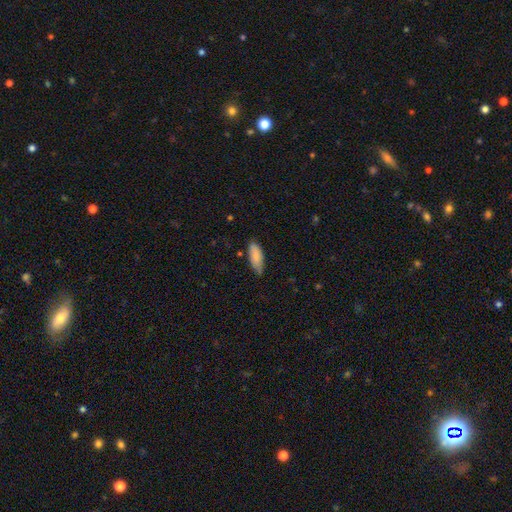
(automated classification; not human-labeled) A smooth galaxy with no disk features (85%) that is in between round and cigar-shaped (72%).

Vote fractions:
- Smooth or featured? smooth: 85% / featured or disk: 8% / star or artifact: 6%
- How rounded? in between: 72% / cigar-shaped: 26% / round: 2%
- Merging? none: 73% / minor disturbance: 22% / major disturbance: 3% / merger: 2%